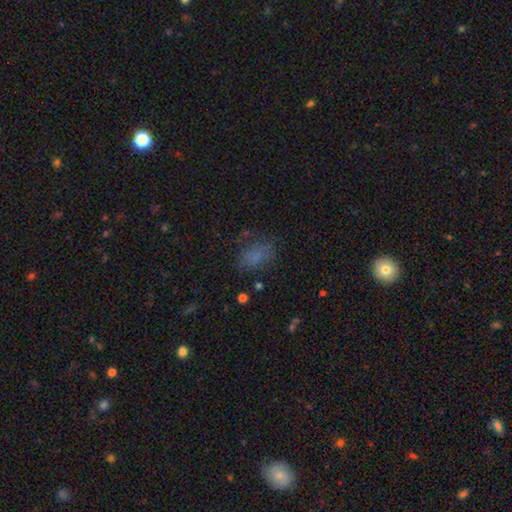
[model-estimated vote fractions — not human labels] Overall: smooth (68%). How rounded: in between (81%). Merging: none (59%; minor disturbance 22%).